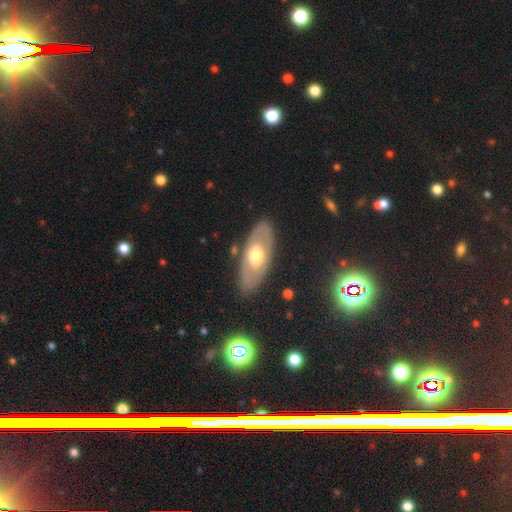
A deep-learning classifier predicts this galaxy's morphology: Smooth or featured?
  - featured or disk: 53% *
  - smooth: 42%
  - star or artifact: 5%
Edge-on disk?
  - no: 79% *
  - yes: 21%
Merging?
  - none: 83% *
  - minor disturbance: 11%
  - major disturbance: 4%
  - merger: 2%